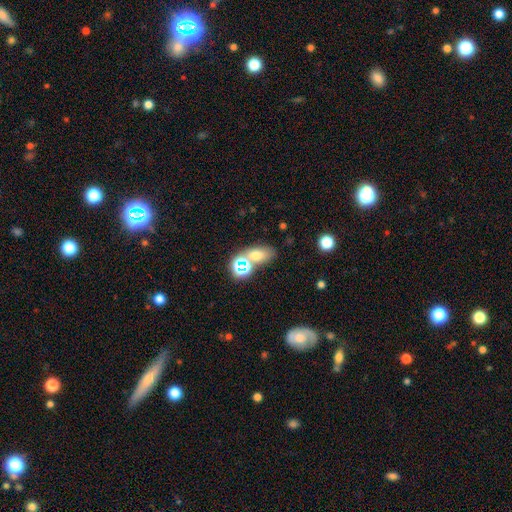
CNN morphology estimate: A smooth galaxy with no disk features (63%) that is in between round and cigar-shaped (79%). Merging: none (56%).